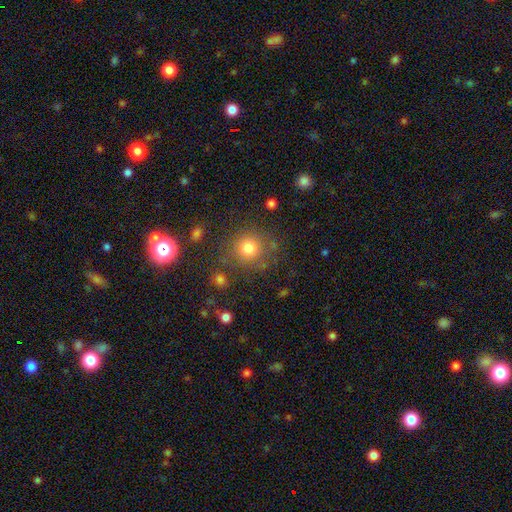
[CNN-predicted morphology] Smooth or featured? Predicted: smooth (p=0.54). How rounded? Predicted: round (p=0.90). Merging? Predicted: none (p=0.82).